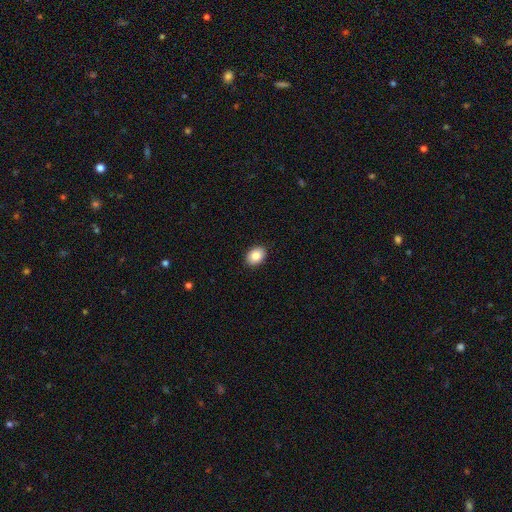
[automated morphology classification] Smooth or featured? smooth (85%)
How rounded? in between (70%)
Merging? none (91%)